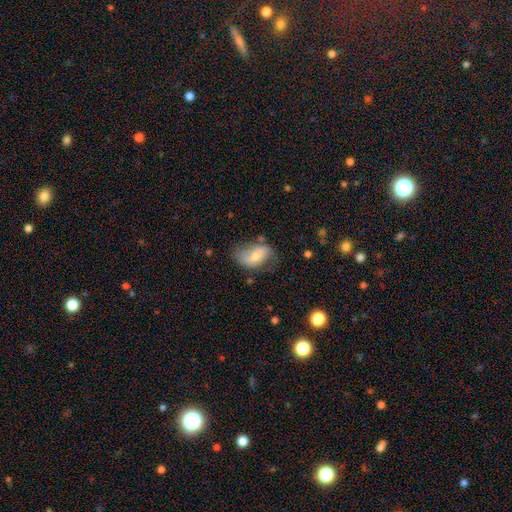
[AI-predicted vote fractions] Smooth or featured?
  - smooth: 49% *
  - featured or disk: 43%
  - star or artifact: 8%
Merging?
  - none: 53% *
  - minor disturbance: 29%
  - major disturbance: 14%
  - merger: 4%